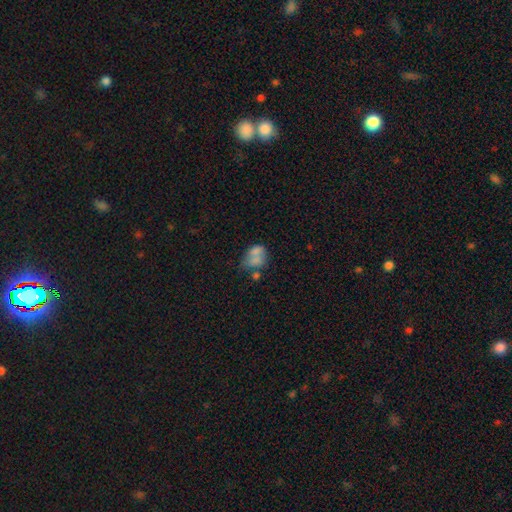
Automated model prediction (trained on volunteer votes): Morphology: type=smooth (64%); roundness=in between (67%); merging=merger (43%).